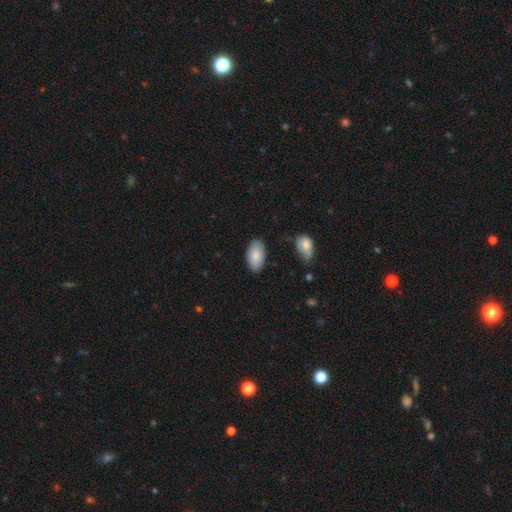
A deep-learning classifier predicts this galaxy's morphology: type=smooth (84%); roundness=in between (95%); merging=none (81%).